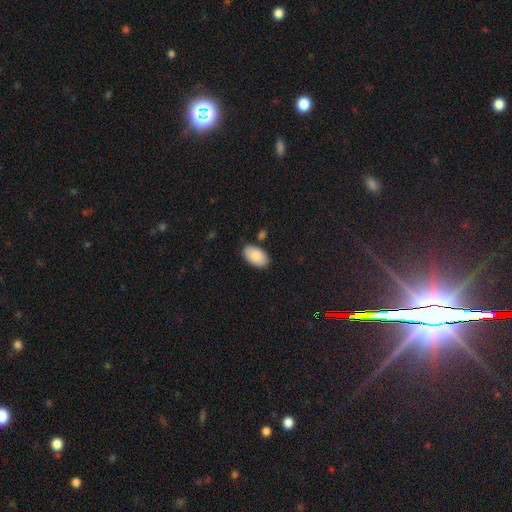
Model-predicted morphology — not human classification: Smooth or featured? smooth (87%)
How rounded? in between (95%)
Merging? none (83%)